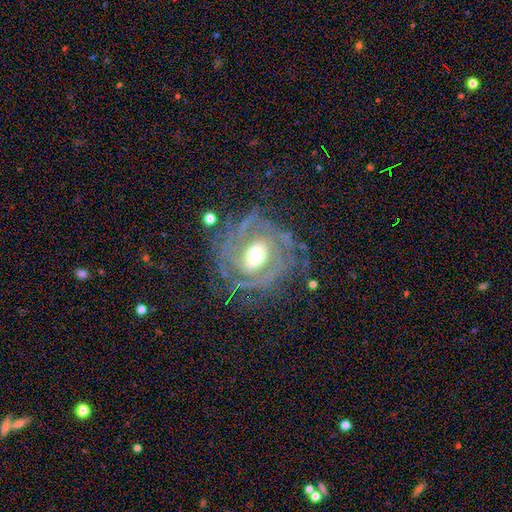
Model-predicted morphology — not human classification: Smooth or featured? Predicted: featured or disk (p=0.85). Edge-on disk? Predicted: no (p=0.97). Bar? Predicted: no (p=0.66). Spiral arms? Predicted: yes (p=0.90). Spiral winding? Predicted: tight (p=0.59). Spiral arm count? Predicted: 2 (p=0.30). Bulge size? Predicted: moderate (p=0.65). Merging? Predicted: none (p=0.70).